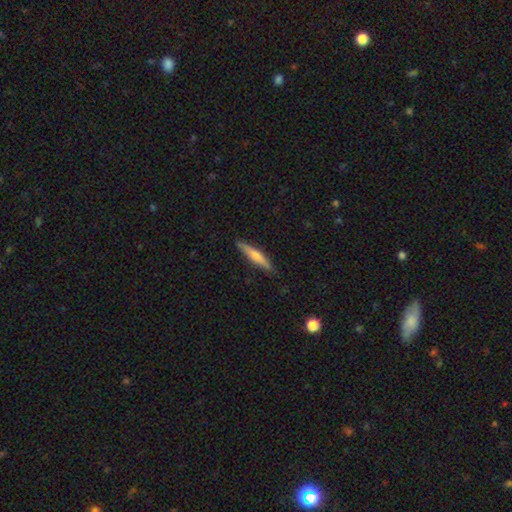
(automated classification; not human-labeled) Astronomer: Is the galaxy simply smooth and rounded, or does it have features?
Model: featured or disk — 51% (runner-up: smooth, 43%).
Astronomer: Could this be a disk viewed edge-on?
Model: yes — 96%.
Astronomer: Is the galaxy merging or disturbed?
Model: none — 89%.